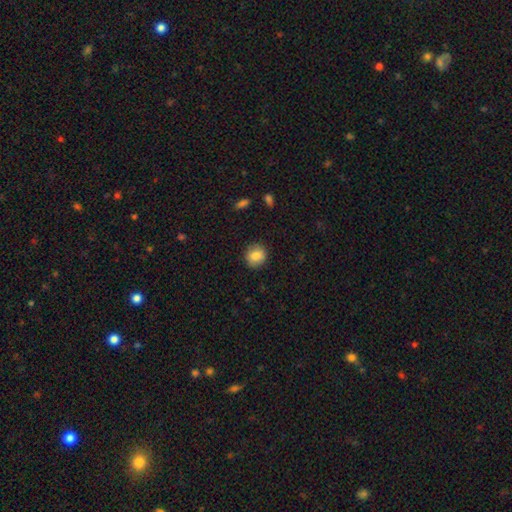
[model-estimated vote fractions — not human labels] smooth 84%, star or artifact 9%, featured or disk 7%. Down the decision tree: how rounded — round (85%); merging — none (88%).